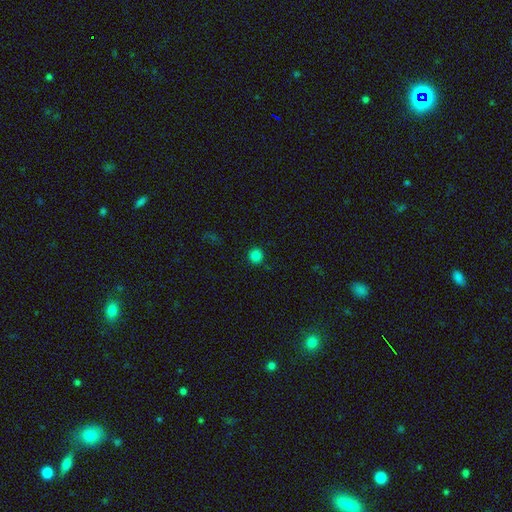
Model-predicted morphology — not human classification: type=smooth (83%); roundness=round (95%); merging=none (91%).